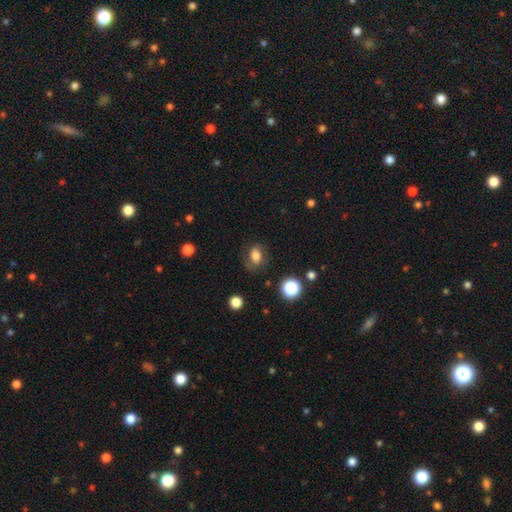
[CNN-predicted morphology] Smooth or featured? smooth (68%)
How rounded? in between (64%)
Merging? none (70%)